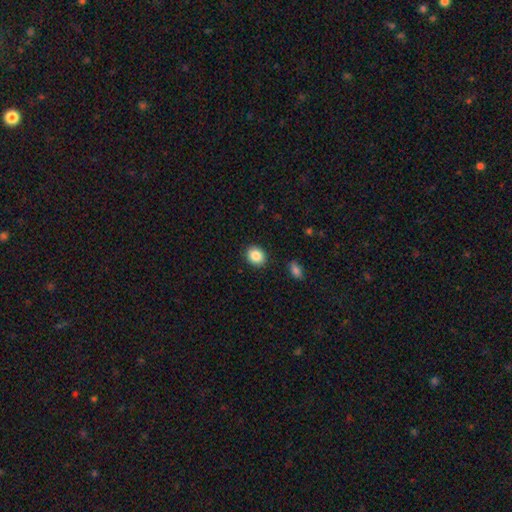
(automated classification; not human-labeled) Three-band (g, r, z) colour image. It shows a smooth galaxy with no disk features (87%) that is round (60%). Merging: none (88%).